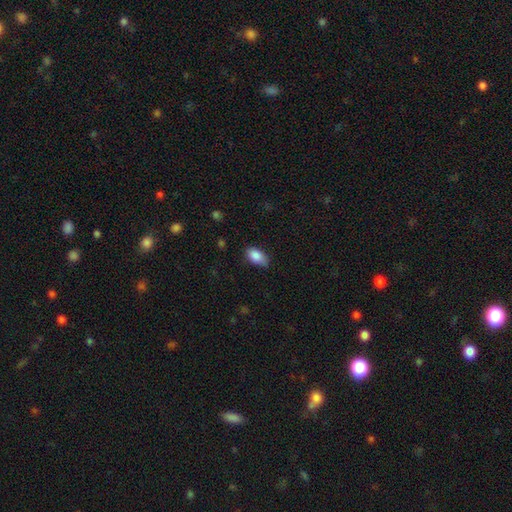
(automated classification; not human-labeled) Smooth or featured?
  - smooth: 87% *
  - star or artifact: 7%
  - featured or disk: 6%
How rounded?
  - in between: 92% *
  - round: 5%
  - cigar-shaped: 3%
Merging?
  - none: 70% *
  - minor disturbance: 25%
  - major disturbance: 4%
  - merger: 1%